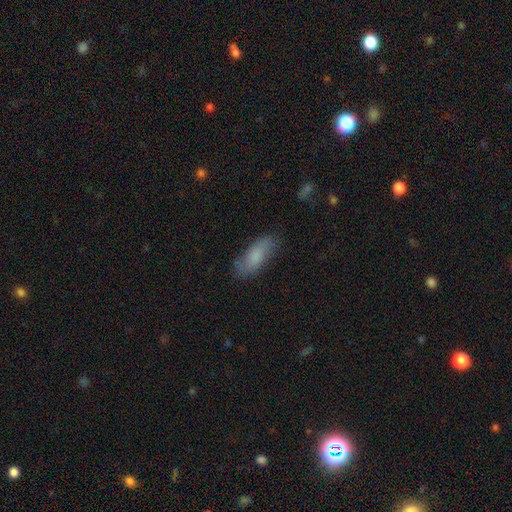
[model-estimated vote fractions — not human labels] The model was most divided on "how rounded": in between: 71%, cigar-shaped: 27%, round: 2%. More confident: smooth or featured — smooth (77%); merging — none (77%).